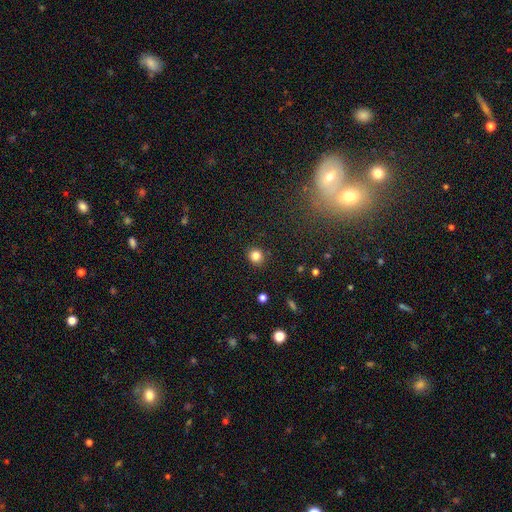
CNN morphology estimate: Smooth or featured? smooth (84%)
How rounded? round (85%)
Merging? none (90%)